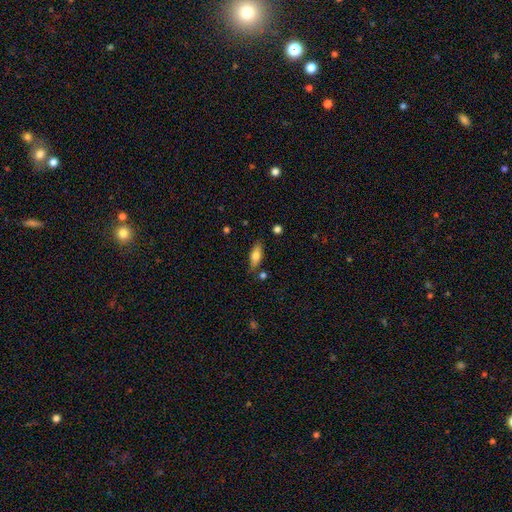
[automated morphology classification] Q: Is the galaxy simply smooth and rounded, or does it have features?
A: smooth — 73%.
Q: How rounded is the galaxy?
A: in between — 72%.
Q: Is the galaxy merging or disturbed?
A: none — 78%.